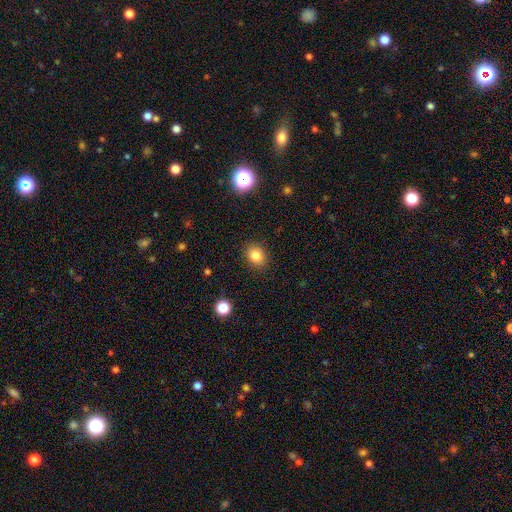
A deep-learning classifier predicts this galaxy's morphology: smooth-or-featured: smooth: 82% | star or artifact: 11% | featured or disk: 6%
  how-rounded: round: 50% | in between: 49% | cigar-shaped: 1%
  merging: none: 88% | minor disturbance: 8% | major disturbance: 2% | merger: 1%